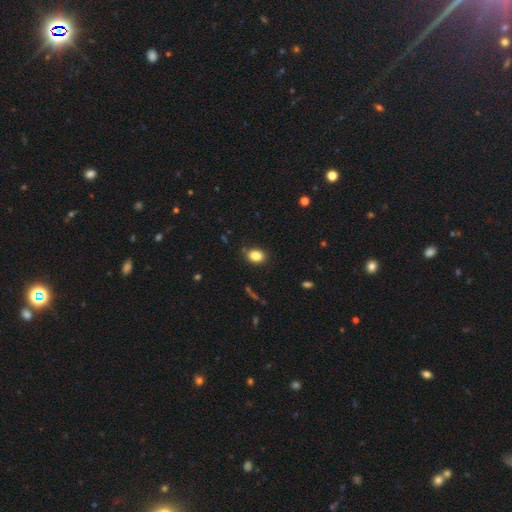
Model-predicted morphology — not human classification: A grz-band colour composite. It shows a smooth galaxy with no disk features (85%) that is in between round and cigar-shaped (66%). Merging: none (85%).